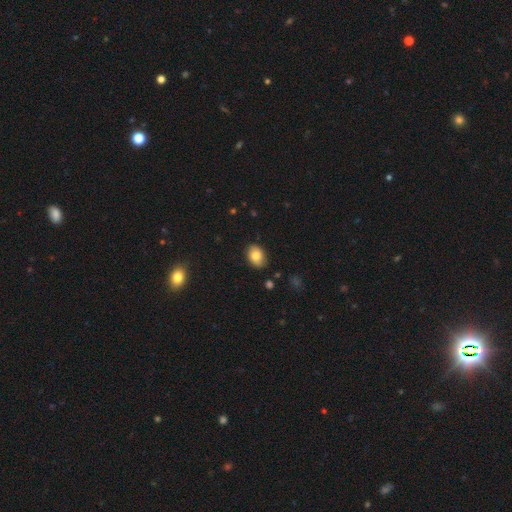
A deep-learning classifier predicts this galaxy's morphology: This is clearly a smooth galaxy (83%). How rounded: likely in between (80%). Merging: clearly none (85%).